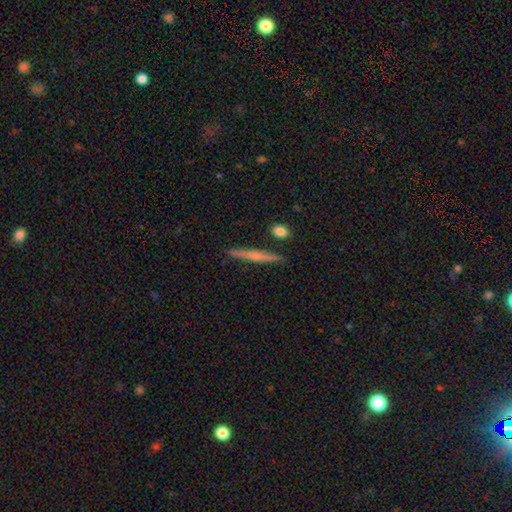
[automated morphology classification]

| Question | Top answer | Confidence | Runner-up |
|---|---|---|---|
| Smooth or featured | featured or disk | 52% | smooth (41%) |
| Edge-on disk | yes | 97% | no (3%) |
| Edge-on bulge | rounded | 56% | none (36%) |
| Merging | none | 88% | minor disturbance (8%) |